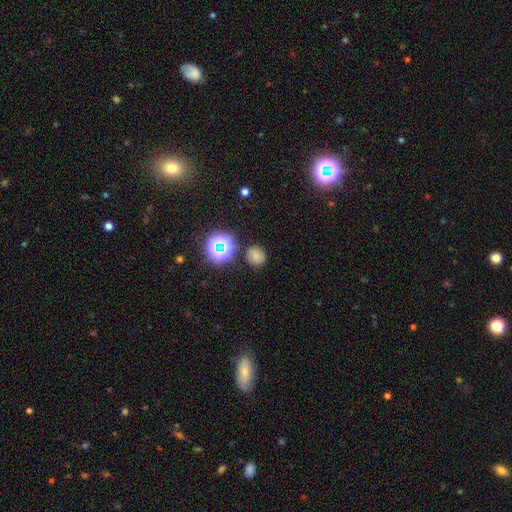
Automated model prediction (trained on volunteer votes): The model was most divided on "smooth or featured": smooth: 70%, star or artifact: 21%, featured or disk: 9%. More confident: merging — none (84%); how rounded — round (83%).